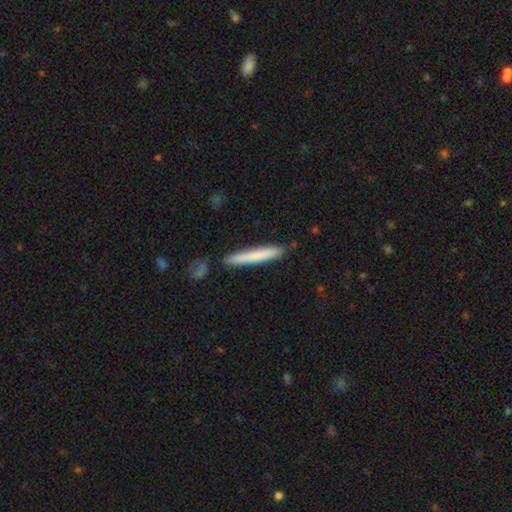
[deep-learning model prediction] smooth 74%, featured or disk 20%, star or artifact 6%. Down the decision tree: how rounded — cigar-shaped (96%); merging — none (86%).